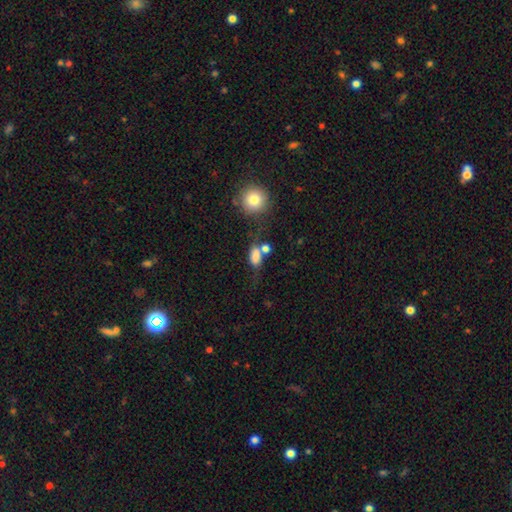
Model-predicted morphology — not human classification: smooth 77%, featured or disk 12%, star or artifact 11%. Down the decision tree: how rounded — in between (80%); merging — none (36%).